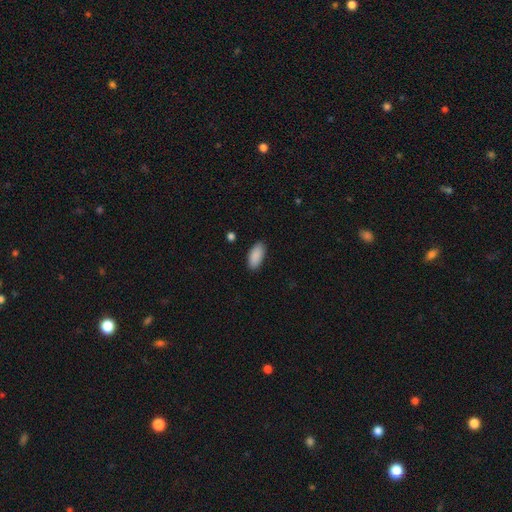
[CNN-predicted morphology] Smooth or featured?
  - smooth: 90% *
  - star or artifact: 6%
  - featured or disk: 3%
How rounded?
  - in between: 92% *
  - cigar-shaped: 6%
  - round: 2%
Merging?
  - none: 88% *
  - minor disturbance: 9%
  - major disturbance: 2%
  - merger: 1%